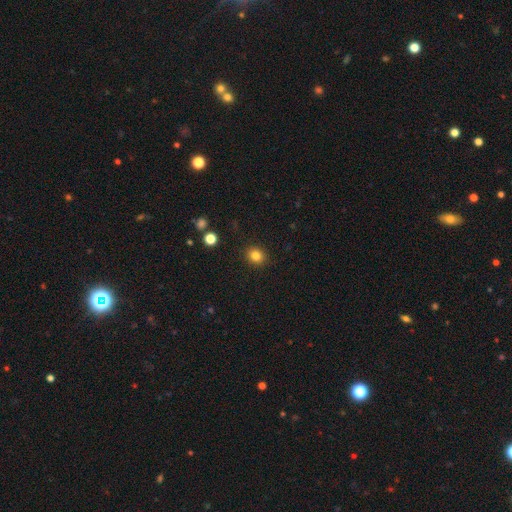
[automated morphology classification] smooth_or_featured: smooth (p=0.83) [alt: star or artifact p=0.12]
how_rounded: round (p=0.77) [alt: in between p=0.22]
merging: none (p=0.91) [alt: minor disturbance p=0.06]